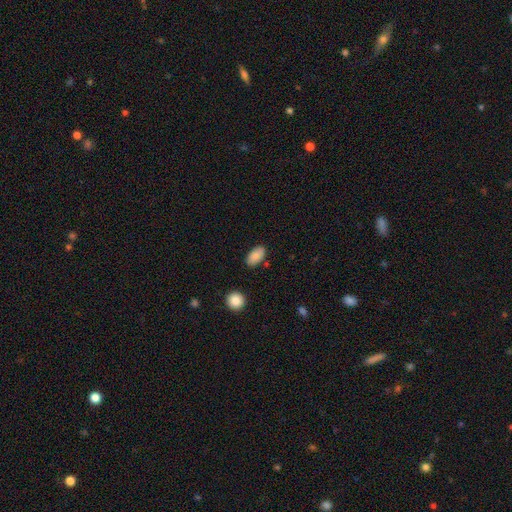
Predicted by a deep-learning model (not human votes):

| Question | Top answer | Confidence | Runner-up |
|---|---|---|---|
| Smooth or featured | smooth | 87% | star or artifact (7%) |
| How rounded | in between | 93% | round (4%) |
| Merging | none | 82% | minor disturbance (12%) |